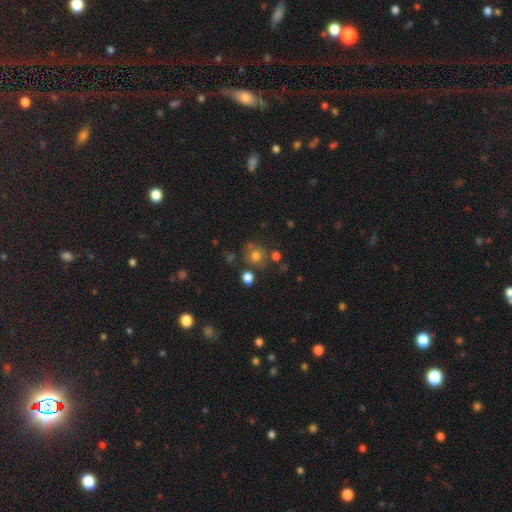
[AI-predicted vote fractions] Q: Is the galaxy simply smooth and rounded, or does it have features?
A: smooth — 69%.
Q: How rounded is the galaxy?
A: round — 84%.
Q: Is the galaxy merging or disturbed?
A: none — 69%.